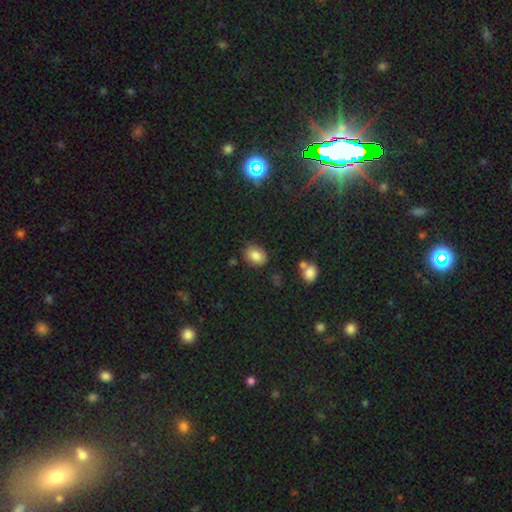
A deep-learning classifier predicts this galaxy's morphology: Q: Smooth or featured?
A: smooth (83%); runner-up: star or artifact (10%)
Q: How rounded?
A: in between (70%); runner-up: round (29%)
Q: Merging?
A: none (81%); runner-up: minor disturbance (13%)